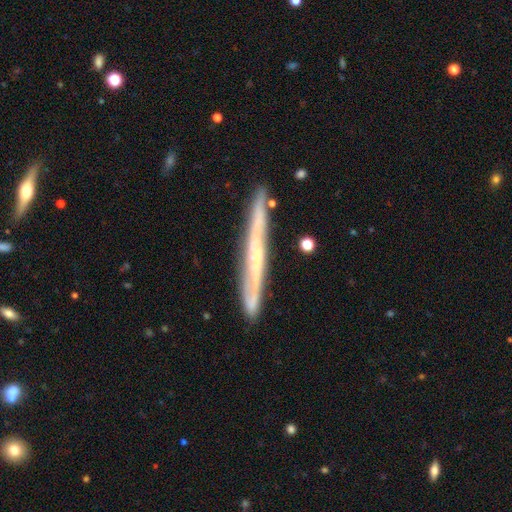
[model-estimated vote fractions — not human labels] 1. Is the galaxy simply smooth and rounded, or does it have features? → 68% featured or disk, 25% smooth, 7% star or artifact.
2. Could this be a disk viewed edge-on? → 91% yes, 9% no.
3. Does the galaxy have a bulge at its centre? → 73% none, 20% rounded, 6% boxy.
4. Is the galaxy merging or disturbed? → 84% none, 12% minor disturbance, 2% merger, 2% major disturbance.